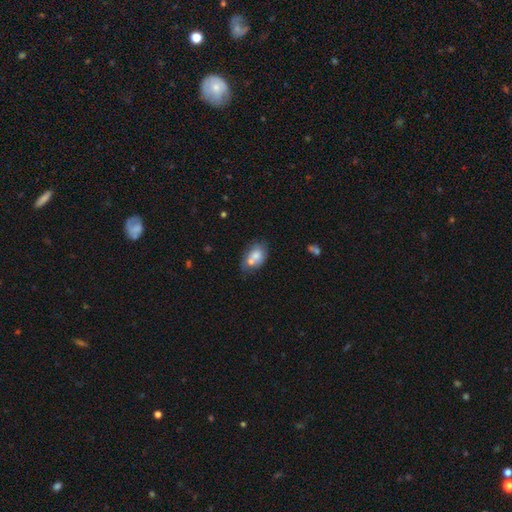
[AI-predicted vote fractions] Smooth or featured? smooth (69%)
How rounded? in between (81%)
Merging? merger (46%)